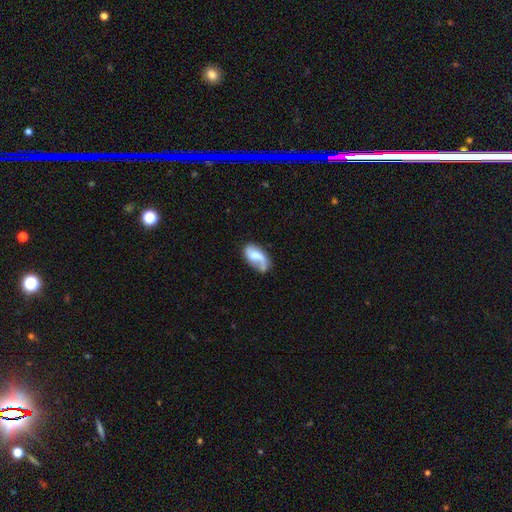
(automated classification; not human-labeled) This is likely a featured or disk galaxy (60%). It is clearly not viewed edge-on (96%). Bar: marginally no (43%, tied with weak). Spiral arm pattern: clearly yes (88%). Spiral arm count: likely 2 (60%). Spiral winding: likely loose (61%). Central bulge: marginally moderate (41%). Merging: possibly none (52%).